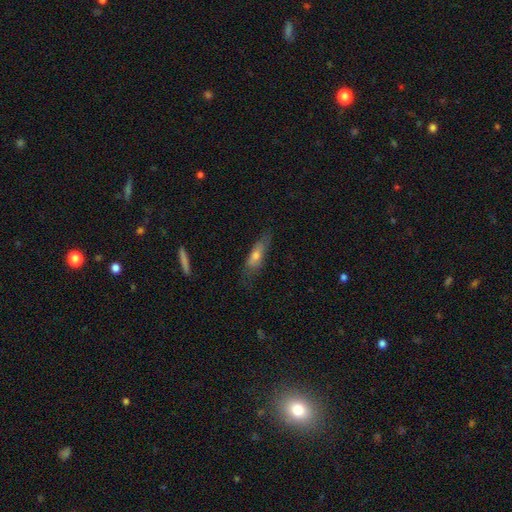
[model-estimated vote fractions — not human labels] Morphology: type=smooth (57%); roundness=cigar-shaped (59%); merging=none (65%).